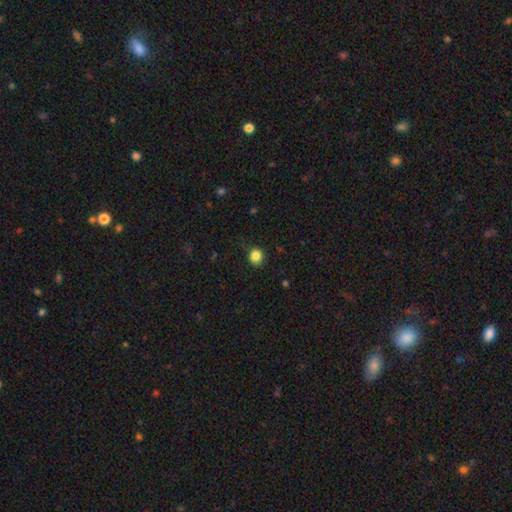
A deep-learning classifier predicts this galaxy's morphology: smooth_or_featured: smooth (p=0.85) [alt: star or artifact p=0.11]
how_rounded: round (p=0.87) [alt: in between p=0.12]
merging: none (p=0.87) [alt: minor disturbance p=0.10]